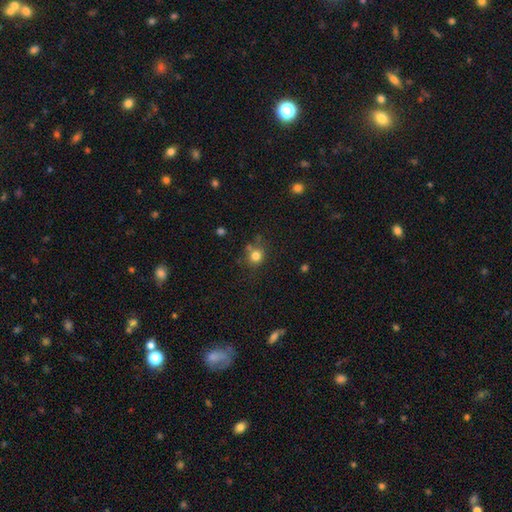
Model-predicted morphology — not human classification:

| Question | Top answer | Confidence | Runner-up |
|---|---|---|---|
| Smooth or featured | smooth | 80% | star or artifact (13%) |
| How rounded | round | 85% | in between (14%) |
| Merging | none | 67% | minor disturbance (16%) |